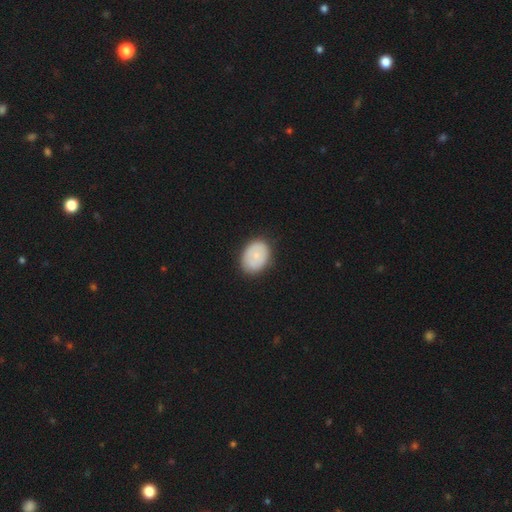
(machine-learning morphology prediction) A smooth galaxy with no disk features (72%) that is in between round and cigar-shaped (70%). Merging: none (83%).